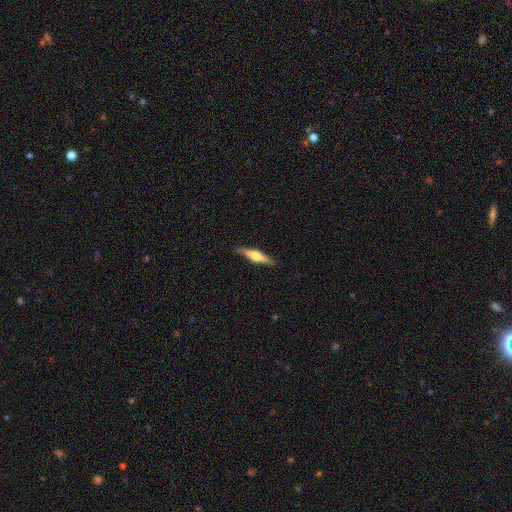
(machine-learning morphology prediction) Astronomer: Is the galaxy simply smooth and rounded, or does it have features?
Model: featured or disk — 66%.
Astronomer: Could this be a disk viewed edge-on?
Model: yes — 97%.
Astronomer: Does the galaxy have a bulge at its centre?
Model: rounded — 91%.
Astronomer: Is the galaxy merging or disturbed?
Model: none — 89%.